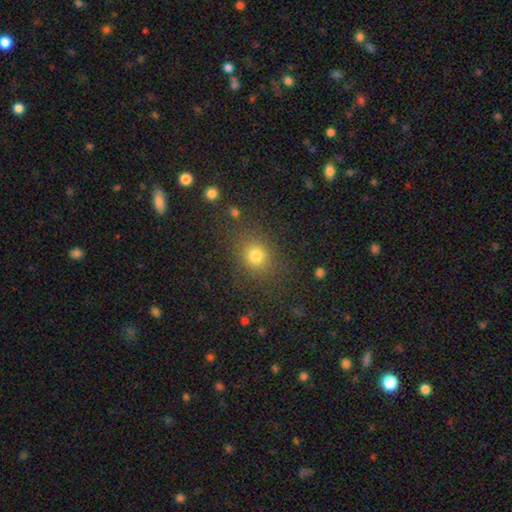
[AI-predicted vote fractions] A smooth galaxy with no disk features (76%) that is round (71%).

Vote fractions:
- Smooth or featured? smooth: 76% / star or artifact: 16% / featured or disk: 8%
- How rounded? round: 71% / in between: 28% / cigar-shaped: 2%
- Merging? none: 81% / minor disturbance: 10% / major disturbance: 5% / merger: 3%